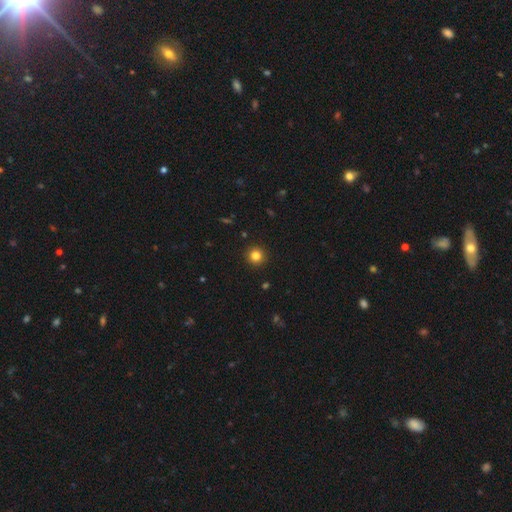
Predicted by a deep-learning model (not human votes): Smooth or featured? smooth (83%)
How rounded? round (95%)
Merging? none (93%)